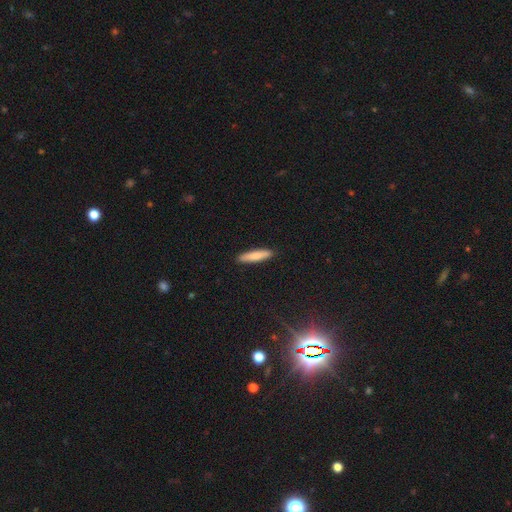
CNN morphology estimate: A smooth galaxy with no disk features (80%) that is cigar-shaped (86%).

Vote fractions:
- Smooth or featured? smooth: 80% / featured or disk: 14% / star or artifact: 6%
- How rounded? cigar-shaped: 86% / in between: 13% / round: 1%
- Merging? none: 91% / minor disturbance: 7% / major disturbance: 1% / merger: 1%